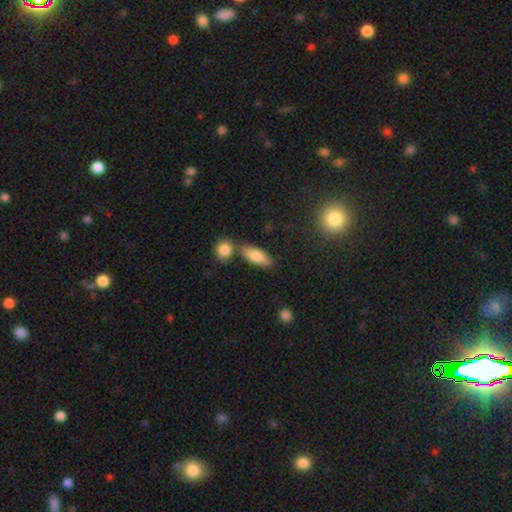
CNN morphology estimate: Overall: smooth (81%). How rounded: in between (77%). Merging: none (65%).